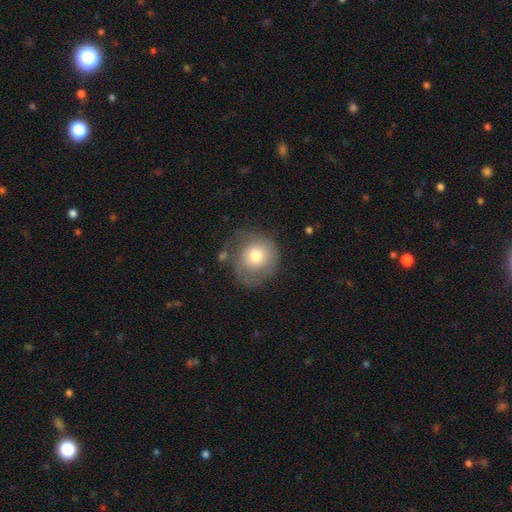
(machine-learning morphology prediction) Smooth or featured: smooth — 66% (featured or disk — 27%)
How rounded: round — 80% (in between — 19%)
Merging: none — 51% (minor disturbance — 27%)